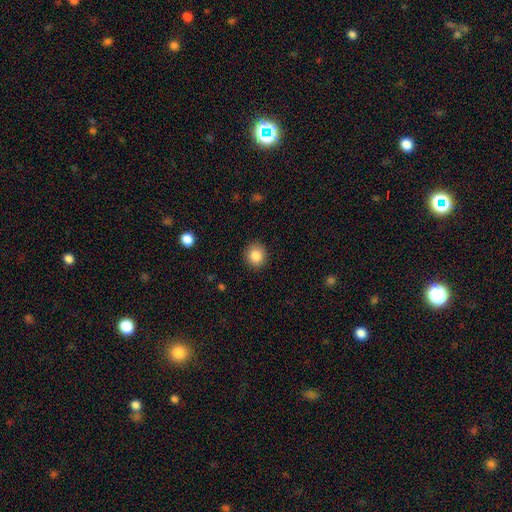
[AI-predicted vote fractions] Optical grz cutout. It shows a smooth galaxy with no disk features (85%) that is round (84%). Merging: none (90%).